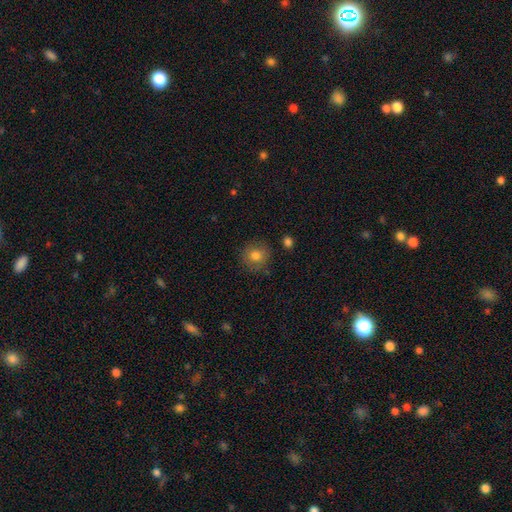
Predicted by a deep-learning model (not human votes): smooth 80%, featured or disk 10%, star or artifact 10%. Down the decision tree: how rounded — round (91%); merging — none (84%).